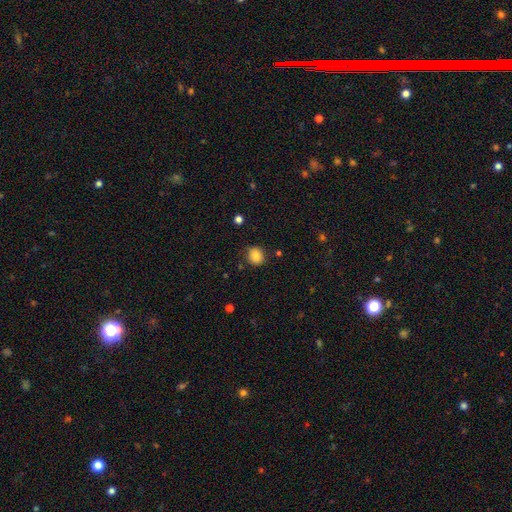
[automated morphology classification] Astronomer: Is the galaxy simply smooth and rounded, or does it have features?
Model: smooth — 84%.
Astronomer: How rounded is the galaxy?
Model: round — 81%.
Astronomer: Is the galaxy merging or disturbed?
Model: none — 84%.